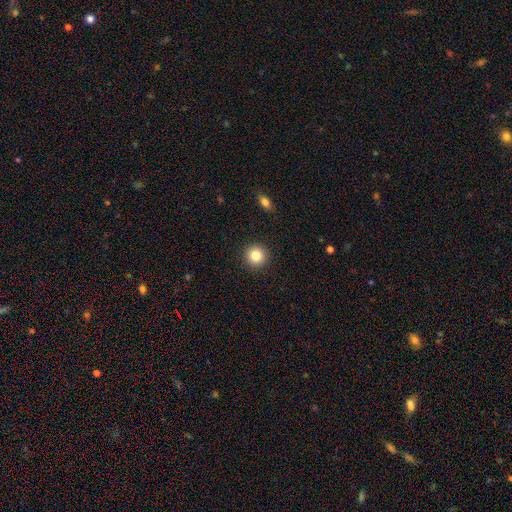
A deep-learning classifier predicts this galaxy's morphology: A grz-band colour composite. It shows a smooth galaxy with no disk features (83%) that is round (95%). Merging: none (92%).